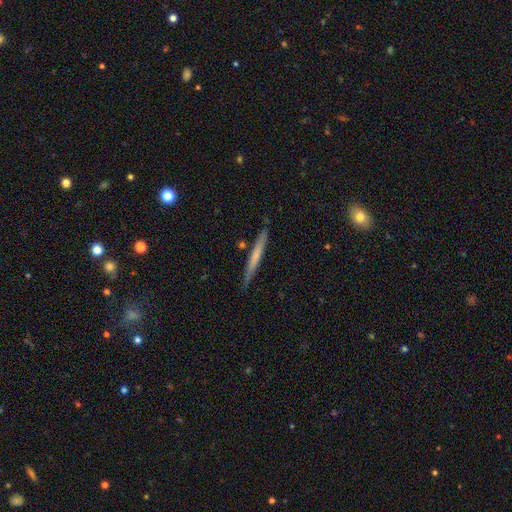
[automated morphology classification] type=smooth (54%); roundness=cigar-shaped (96%); merging=none (85%).